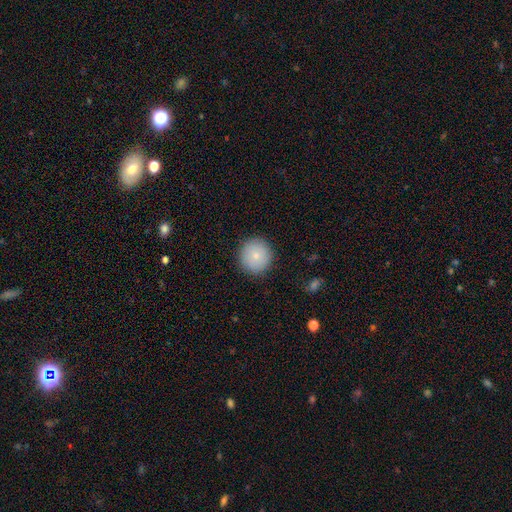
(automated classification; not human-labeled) smooth_or_featured: smooth (p=0.80) [alt: featured or disk p=0.12]
how_rounded: round (p=0.94) [alt: in between p=0.05]
merging: none (p=0.90) [alt: minor disturbance p=0.07]